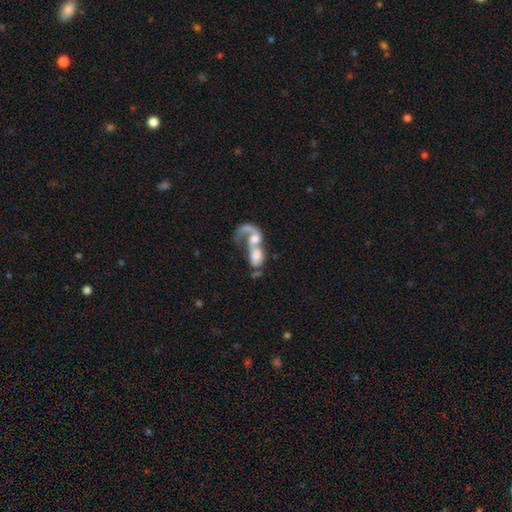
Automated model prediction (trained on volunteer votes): A featured or disk galaxy (55%) with no bar (71%), spiral arms (63%) and a moderate central bulge (30%, tied with large).

Vote fractions:
- Smooth or featured? featured or disk: 55% / smooth: 36% / star or artifact: 8%
- Edge-on disk? no: 96% / yes: 4%
- Bar? no: 71% / weak: 21% / strong: 8%
- Spiral arms? yes: 63% / no: 37%
- Bulge size? moderate: 30% (tied) / large: 30% (tied) / none: 20% / small: 14% / dominant: 6%
- Merging? merger: 76% / major disturbance: 13% / none: 7% / minor disturbance: 4%